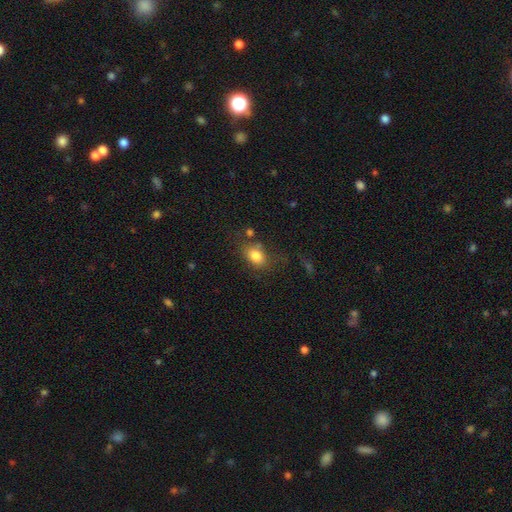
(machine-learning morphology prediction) Smooth or featured?
  - smooth: 81% *
  - featured or disk: 10%
  - star or artifact: 9%
How rounded?
  - in between: 74% *
  - round: 25%
  - cigar-shaped: 2%
Merging?
  - none: 62% *
  - minor disturbance: 20%
  - major disturbance: 11%
  - merger: 7%